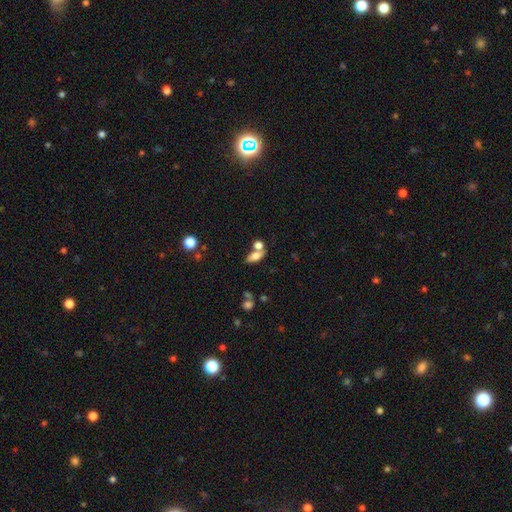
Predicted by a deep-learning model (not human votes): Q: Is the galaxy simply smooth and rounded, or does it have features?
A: smooth — 66%.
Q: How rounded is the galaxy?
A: in between — 74%.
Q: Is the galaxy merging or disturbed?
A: none — 47%.